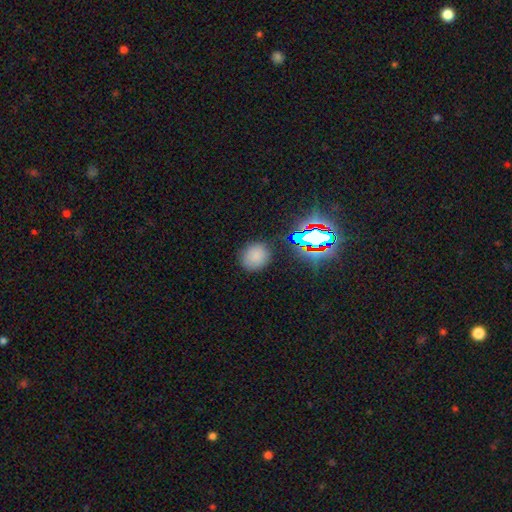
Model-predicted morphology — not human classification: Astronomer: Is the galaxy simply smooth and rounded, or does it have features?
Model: smooth — 76%.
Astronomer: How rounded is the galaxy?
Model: round — 80%.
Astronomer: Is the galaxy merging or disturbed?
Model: none — 85%.